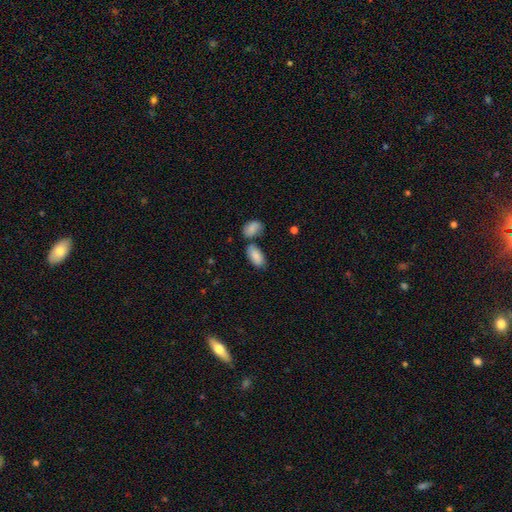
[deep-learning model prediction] Morphology: type=smooth (85%); roundness=in between (94%); merging=none (57%).